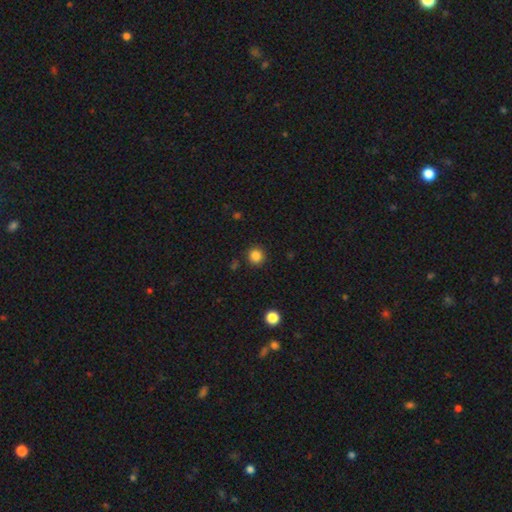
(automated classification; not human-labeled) Q: Smooth or featured?
A: smooth (85%); runner-up: star or artifact (12%)
Q: How rounded?
A: round (93%); runner-up: in between (6%)
Q: Merging?
A: none (90%); runner-up: minor disturbance (6%)